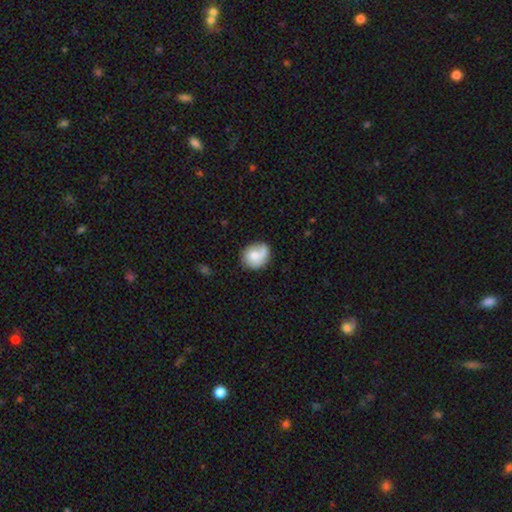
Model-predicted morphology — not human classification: A smooth galaxy with no disk features (67%) that is round (65%).

Vote fractions:
- Smooth or featured? smooth: 67% / featured or disk: 25% / star or artifact: 8%
- How rounded? round: 65% / in between: 34% / cigar-shaped: 1%
- Merging? none: 50% / minor disturbance: 25% / merger: 13% / major disturbance: 11%